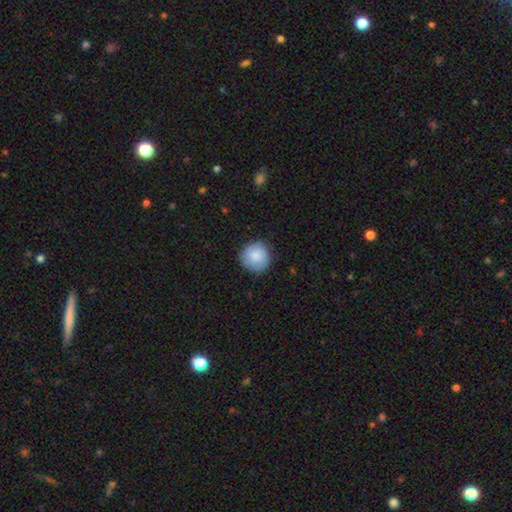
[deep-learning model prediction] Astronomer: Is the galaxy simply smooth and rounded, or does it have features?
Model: smooth — 78%.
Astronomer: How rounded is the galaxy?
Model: round — 91%.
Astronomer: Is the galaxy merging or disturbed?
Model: none — 82%.